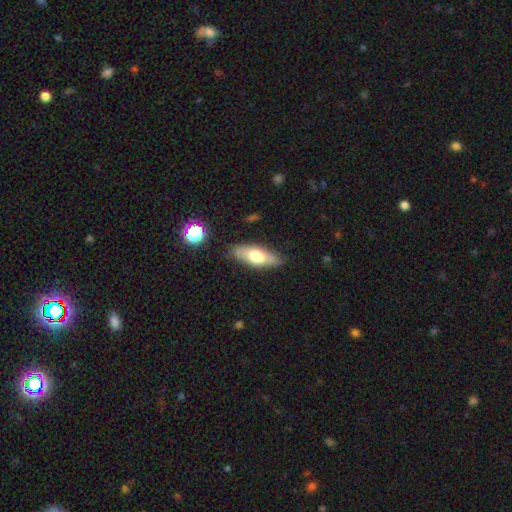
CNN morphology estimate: Smooth or featured? smooth (60%)
How rounded? in between (67%)
Merging? none (82%)